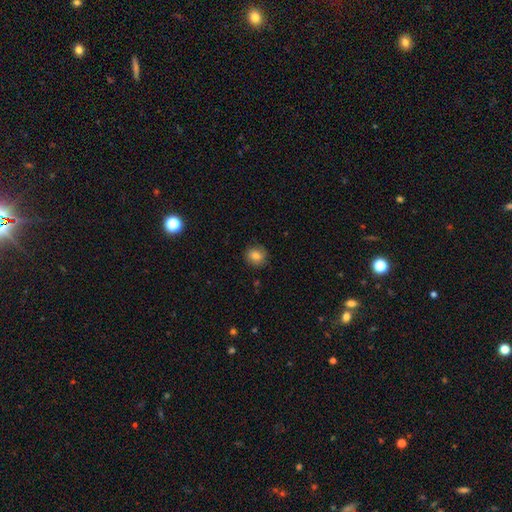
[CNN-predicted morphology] The model was most divided on "smooth or featured": smooth: 78%, featured or disk: 12%, star or artifact: 10%. More confident: how rounded — round (87%); merging — none (82%).